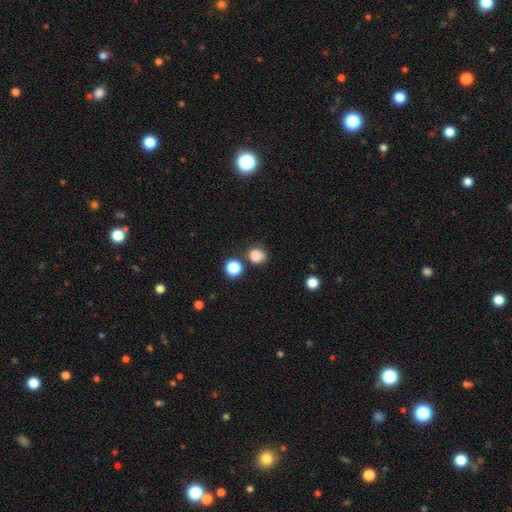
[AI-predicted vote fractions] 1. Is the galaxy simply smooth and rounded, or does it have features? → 83% smooth, 12% star or artifact, 4% featured or disk.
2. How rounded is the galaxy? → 78% round, 21% in between, 1% cigar-shaped.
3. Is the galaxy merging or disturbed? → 71% none, 15% minor disturbance, 9% merger, 5% major disturbance.